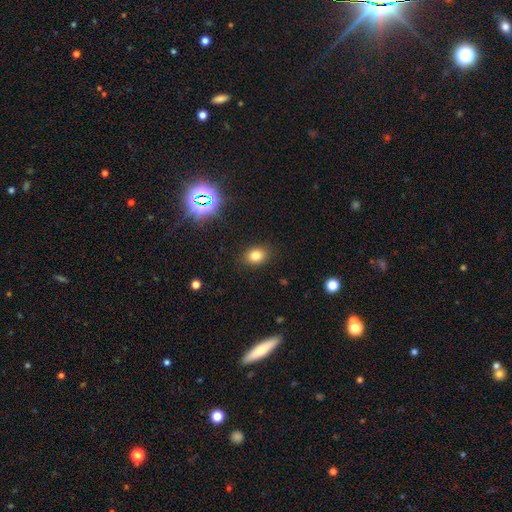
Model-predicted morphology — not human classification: type=smooth (79%); roundness=in between (64%); merging=none (87%).